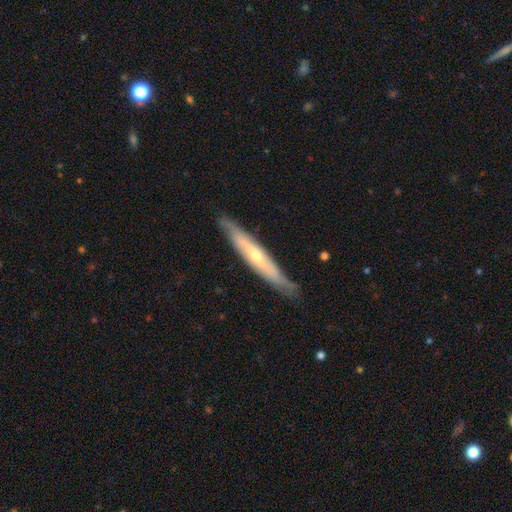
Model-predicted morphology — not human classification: Smooth or featured?
  - featured or disk: 63% *
  - smooth: 31%
  - star or artifact: 7%
Edge-on disk?
  - yes: 85% *
  - no: 15%
Edge-on bulge?
  - rounded: 69% *
  - none: 28%
  - boxy: 3%
Merging?
  - none: 87% *
  - minor disturbance: 10%
  - major disturbance: 2%
  - merger: 1%